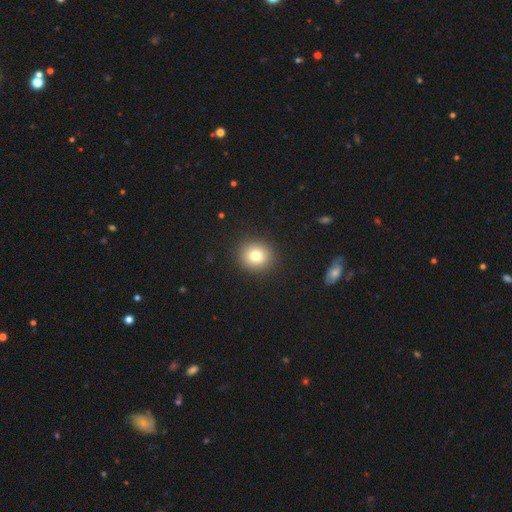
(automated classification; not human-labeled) This appears to be a smooth galaxy with no disk features (79%) that is round (87%). Merging: none (91%).